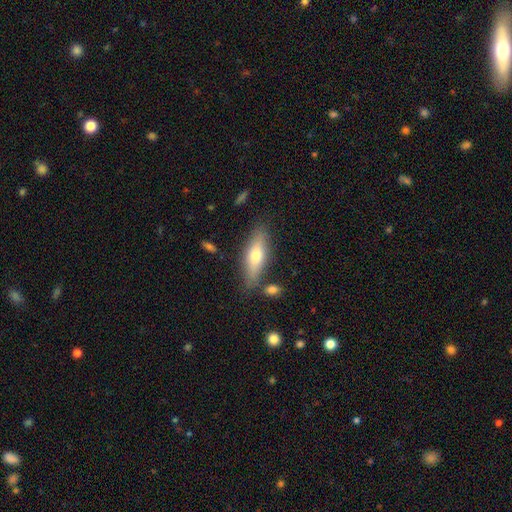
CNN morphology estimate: Smooth or featured: smooth — 61% (featured or disk — 33%)
How rounded: in between — 51% (cigar-shaped — 47%)
Merging: none — 79% (minor disturbance — 13%)